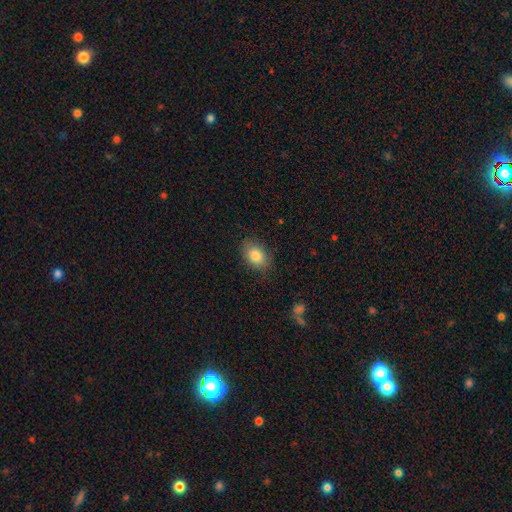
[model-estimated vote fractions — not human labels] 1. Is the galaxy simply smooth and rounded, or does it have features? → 84% smooth, 8% featured or disk, 8% star or artifact.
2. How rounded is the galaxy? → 79% in between, 20% round, 1% cigar-shaped.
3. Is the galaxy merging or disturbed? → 80% none, 15% minor disturbance, 4% major disturbance, 1% merger.